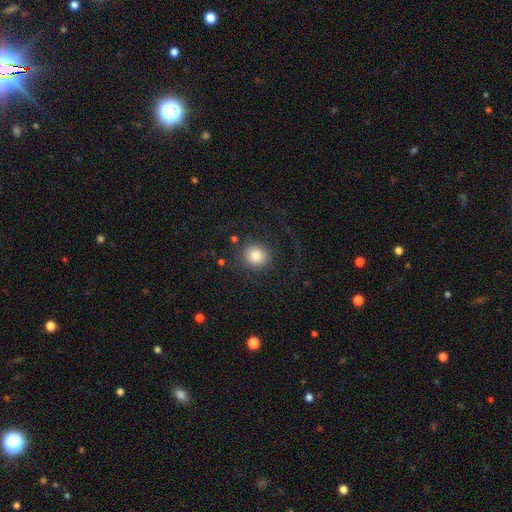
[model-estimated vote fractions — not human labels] Smooth or featured: smooth — 76% (featured or disk — 15%)
How rounded: round — 89% (in between — 10%)
Merging: none — 74% (major disturbance — 13%)